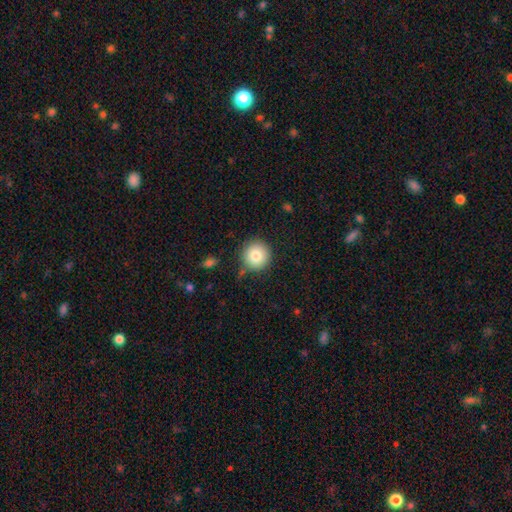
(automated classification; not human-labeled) This appears to be a smooth galaxy with no disk features (83%) that is round (95%). Merging: none (85%).